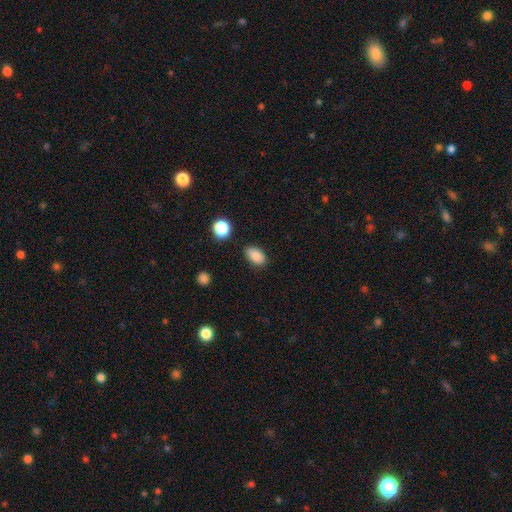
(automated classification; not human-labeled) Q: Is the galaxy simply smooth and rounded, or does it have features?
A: smooth — 87%.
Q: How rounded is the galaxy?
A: in between — 89%.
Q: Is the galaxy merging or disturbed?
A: none — 82%.